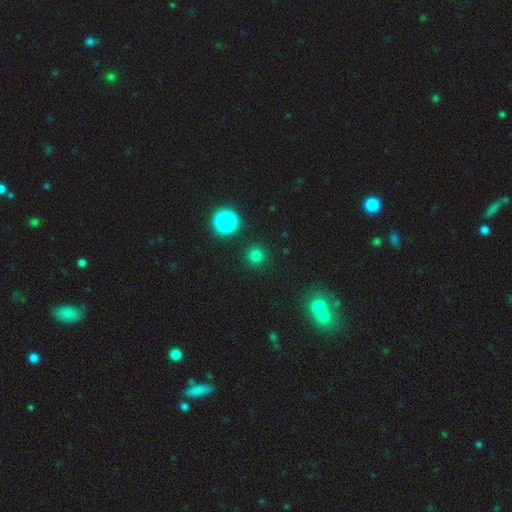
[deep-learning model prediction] Smooth or featured: smooth — 75% (star or artifact — 20%)
How rounded: round — 95% (in between — 4%)
Merging: none — 91% (minor disturbance — 5%)